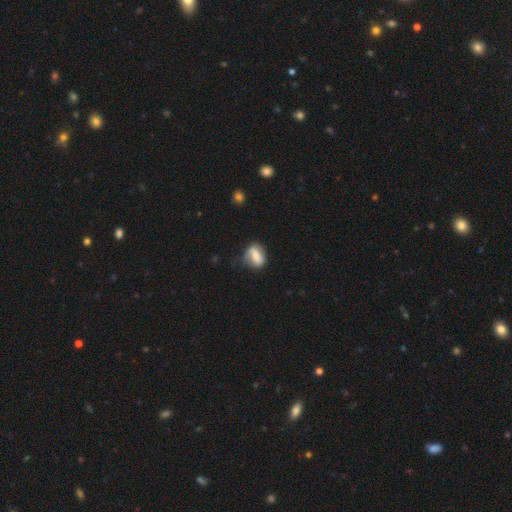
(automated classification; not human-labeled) This is possibly a smooth galaxy (59%). How rounded: likely in between (73%). Merging: possibly none (57%).